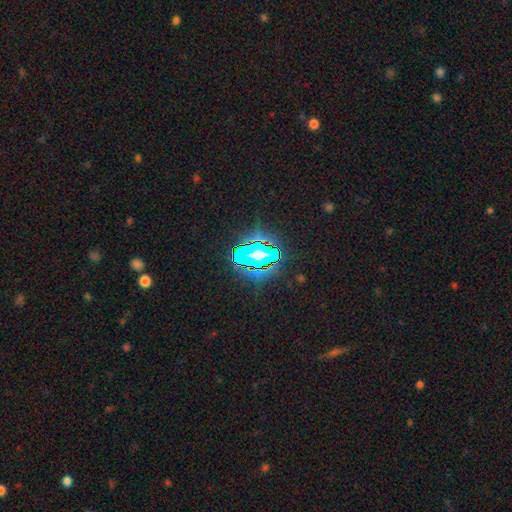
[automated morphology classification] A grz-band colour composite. It shows a star or artifact, not a galaxy (75%).